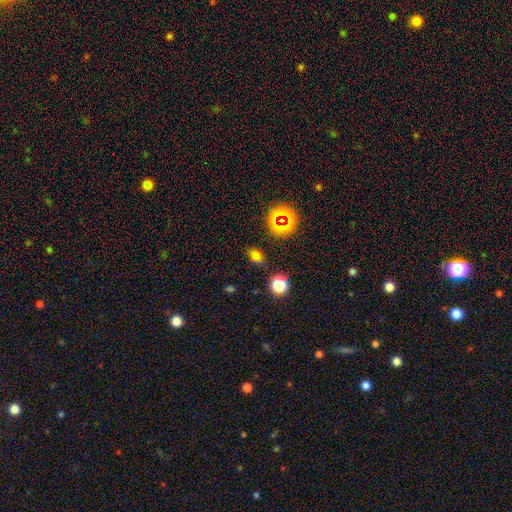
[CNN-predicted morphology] Smooth or featured? Predicted: smooth (p=0.61). How rounded? Predicted: in between (p=0.61). Merging? Predicted: none (p=0.76).